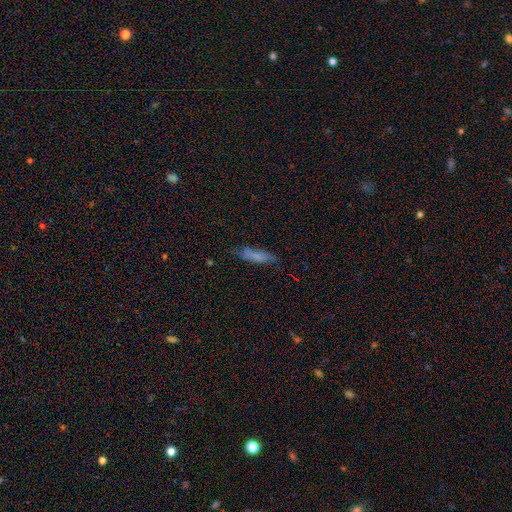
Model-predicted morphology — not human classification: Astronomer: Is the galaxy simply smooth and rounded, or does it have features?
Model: smooth — 67%.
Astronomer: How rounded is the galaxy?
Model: cigar-shaped — 59% (runner-up: in between, 39%).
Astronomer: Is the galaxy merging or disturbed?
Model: none — 61%.